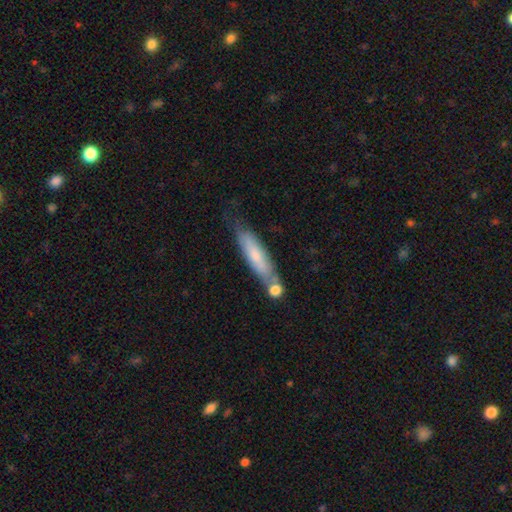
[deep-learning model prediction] A smooth galaxy with no disk features (63%) that is cigar-shaped (77%). Merging: none (55%).